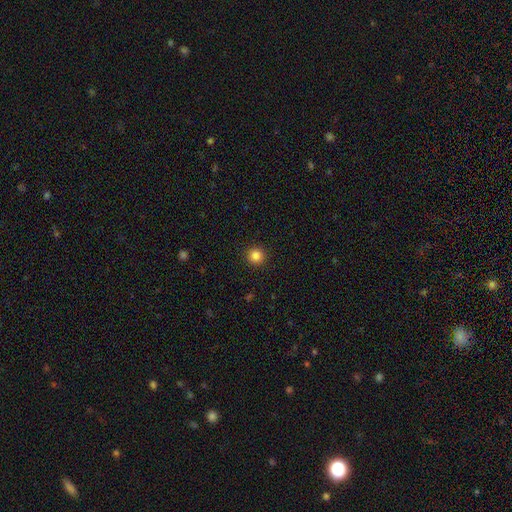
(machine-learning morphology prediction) This appears to be a smooth galaxy with no disk features (85%) that is round (94%). Merging: none (92%).